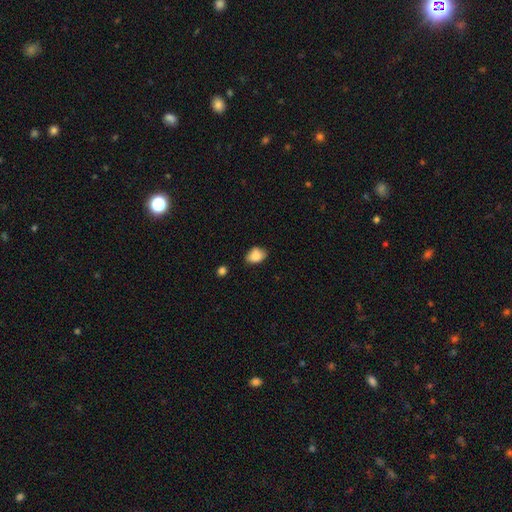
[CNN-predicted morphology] This is clearly a smooth galaxy (86%). How rounded: likely in between (76%). Merging: likely none (67%).